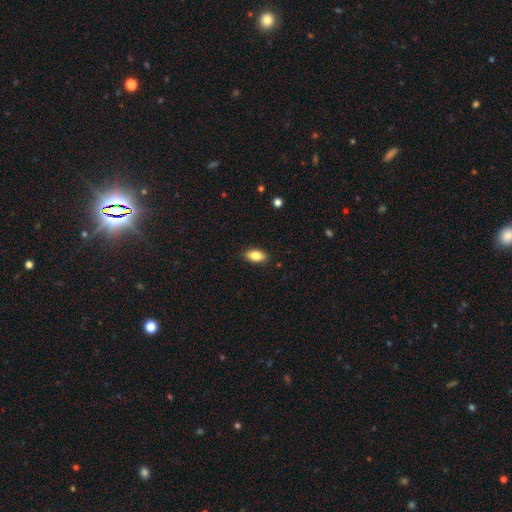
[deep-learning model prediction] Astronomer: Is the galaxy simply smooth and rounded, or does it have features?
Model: smooth — 82%.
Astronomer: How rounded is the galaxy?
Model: in between — 88%.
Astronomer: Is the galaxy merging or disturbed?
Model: none — 88%.